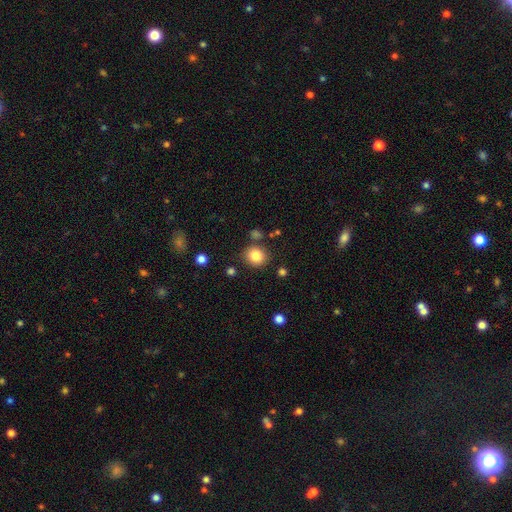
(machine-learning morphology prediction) This appears to be a smooth galaxy with no disk features (84%) that is round (79%). Merging: none (82%).